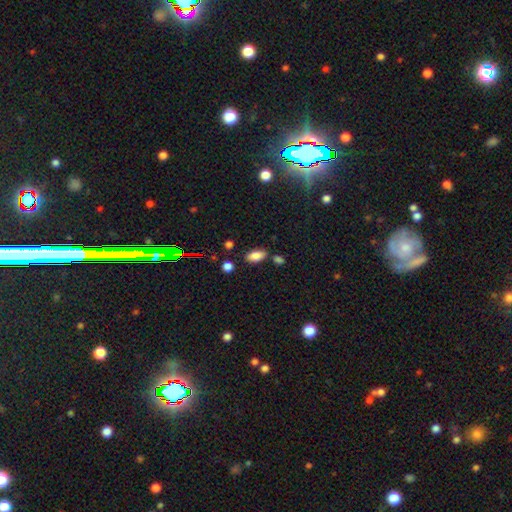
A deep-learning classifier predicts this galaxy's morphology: smooth-or-featured: smooth: 83% | star or artifact: 10% | featured or disk: 7%
  how-rounded: in between: 89% | cigar-shaped: 7% | round: 4%
  merging: none: 76% | minor disturbance: 13% | merger: 8% | major disturbance: 3%